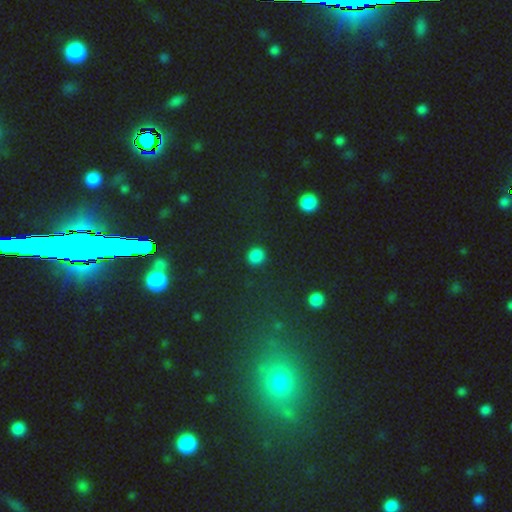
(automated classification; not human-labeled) This is clearly a smooth galaxy (81%). How rounded: likely round (78%). Merging: clearly none (89%).